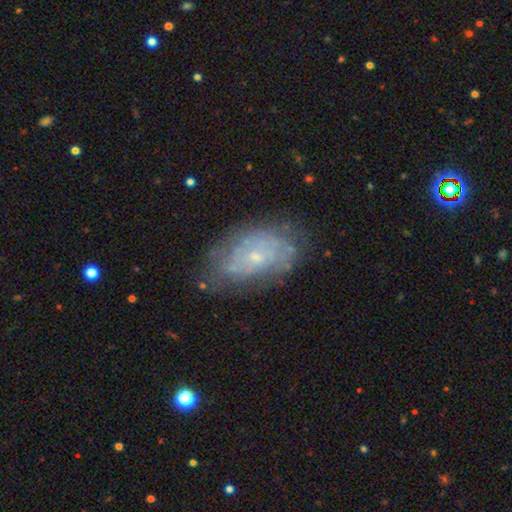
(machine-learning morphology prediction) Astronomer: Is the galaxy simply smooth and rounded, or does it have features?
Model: featured or disk — 65%.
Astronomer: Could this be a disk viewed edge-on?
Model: no — 95%.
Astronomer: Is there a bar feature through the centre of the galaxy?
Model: no — 82%.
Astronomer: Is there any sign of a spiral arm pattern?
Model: yes — 63%.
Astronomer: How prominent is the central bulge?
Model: small — 72%.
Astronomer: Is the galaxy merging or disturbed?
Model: none — 64%.